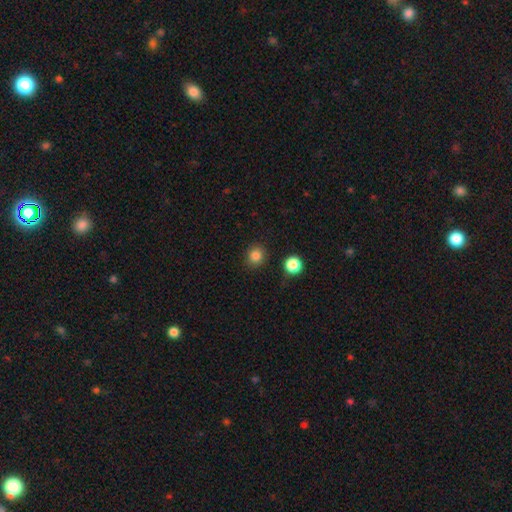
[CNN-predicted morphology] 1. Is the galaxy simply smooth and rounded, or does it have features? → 84% smooth, 12% star or artifact, 4% featured or disk.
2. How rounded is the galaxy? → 84% round, 15% in between, 1% cigar-shaped.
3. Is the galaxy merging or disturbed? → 88% none, 7% minor disturbance, 2% major disturbance, 2% merger.